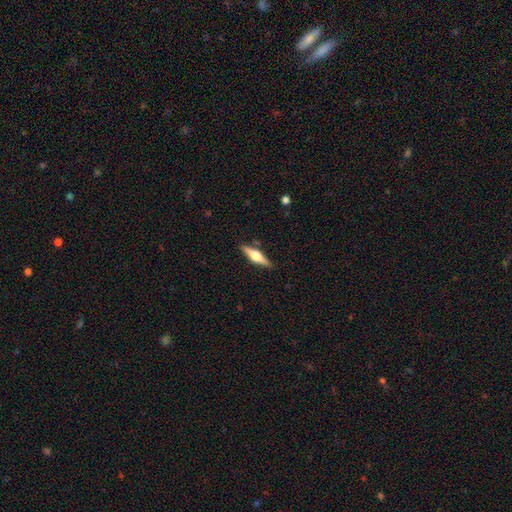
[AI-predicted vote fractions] Morphology: type=featured or disk (64%); edge-on=yes (97%); edge-on bulge=rounded (92%); merging=none (87%).